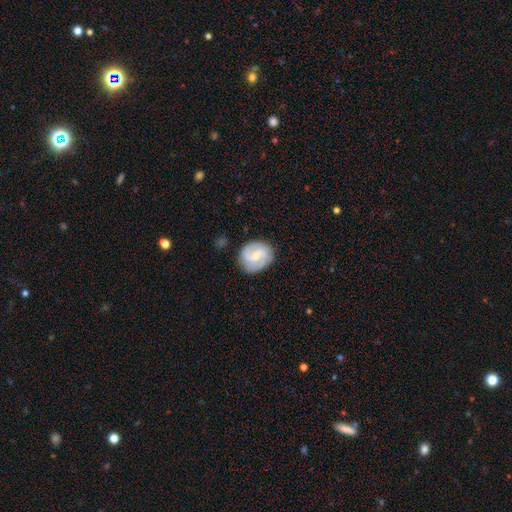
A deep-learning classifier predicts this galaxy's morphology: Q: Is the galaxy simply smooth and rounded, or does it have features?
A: featured or disk — 77%.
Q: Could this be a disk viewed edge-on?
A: no — 98%.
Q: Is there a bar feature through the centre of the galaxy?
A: weak — 54%.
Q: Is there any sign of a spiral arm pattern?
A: yes — 96%.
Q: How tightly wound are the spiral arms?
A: medium — 48%.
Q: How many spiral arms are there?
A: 2 — 64%.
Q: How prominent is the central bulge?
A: small — 57%.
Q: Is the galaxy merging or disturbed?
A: none — 81%.